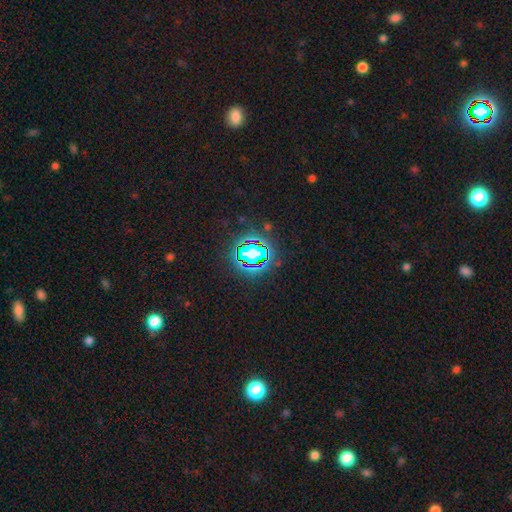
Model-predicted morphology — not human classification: Overall: star or artifact (81%).